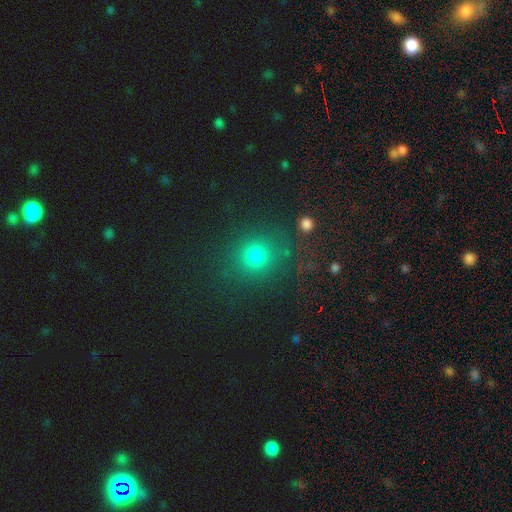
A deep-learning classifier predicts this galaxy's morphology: This is likely a smooth galaxy (75%). How rounded: clearly round (86%). Merging: clearly none (82%).